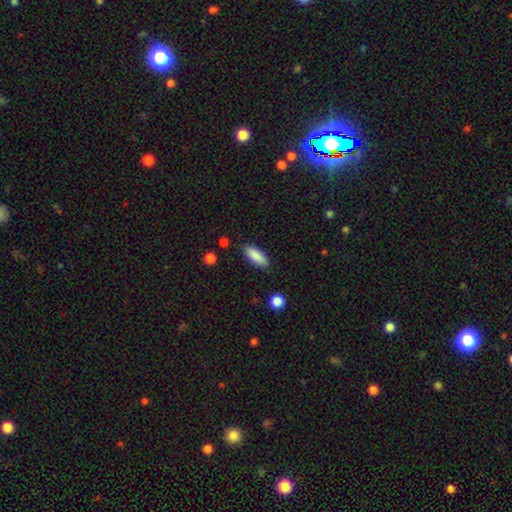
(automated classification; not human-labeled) smooth 87%, featured or disk 7%, star or artifact 6%. Down the decision tree: how rounded — in between (69%); merging — none (86%).